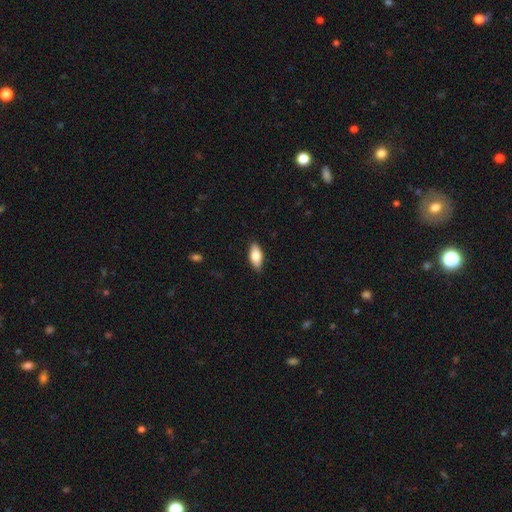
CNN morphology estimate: Smooth or featured? Predicted: smooth (p=0.79). How rounded? Predicted: in between (p=0.85). Merging? Predicted: none (p=0.86).